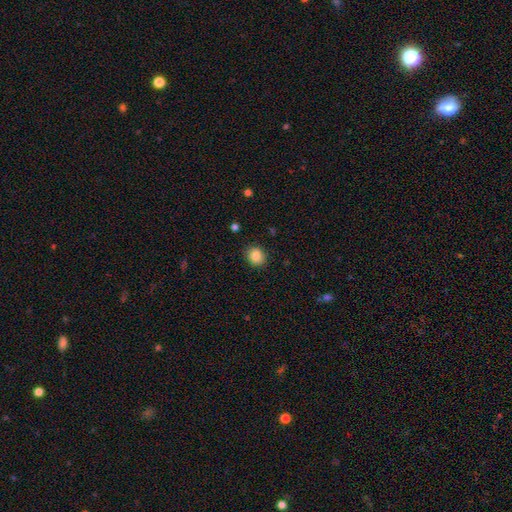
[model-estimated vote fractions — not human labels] The model was most divided on "how rounded": round: 74%, in between: 25%, cigar-shaped: 1%. More confident: merging — none (89%); smooth or featured — smooth (86%).